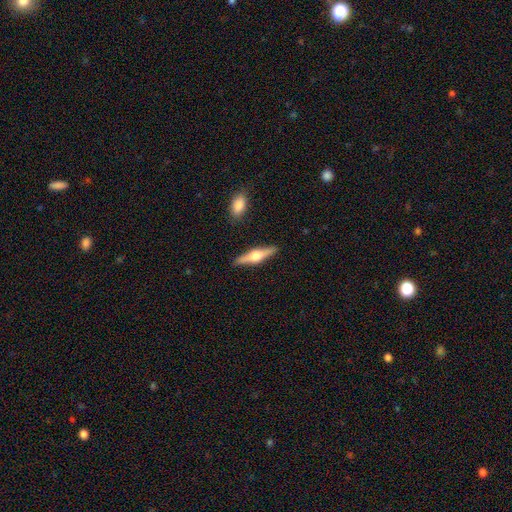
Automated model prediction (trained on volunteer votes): Overall: featured or disk (66%; smooth 28%). Edge-on disk: yes (96%). Edge-on bulge: rounded (94%). Merging: none (88%).